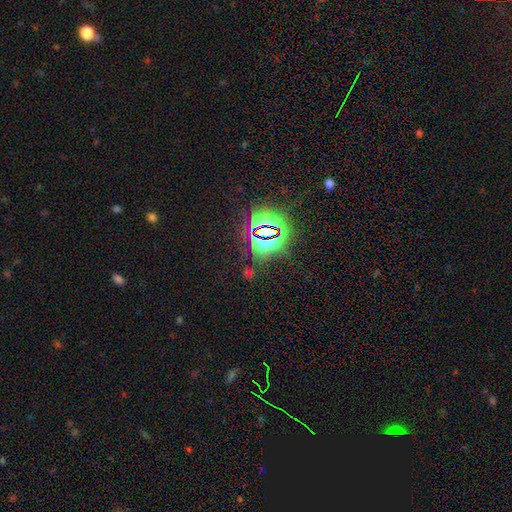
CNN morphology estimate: type=star or artifact (82%).